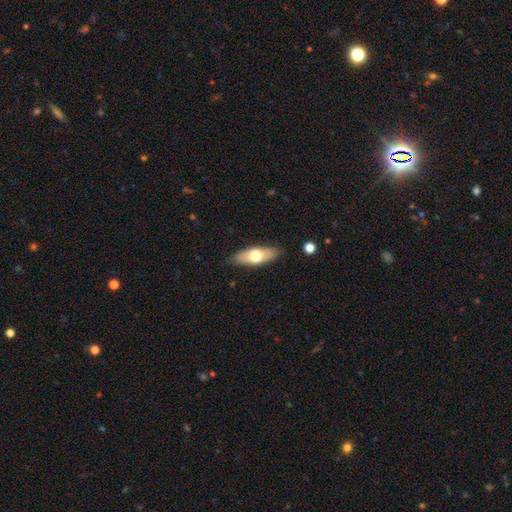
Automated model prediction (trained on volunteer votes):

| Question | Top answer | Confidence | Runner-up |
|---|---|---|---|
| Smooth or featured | smooth | 62% | featured or disk (32%) |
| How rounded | in between | 69% | cigar-shaped (29%) |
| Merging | none | 85% | minor disturbance (11%) |